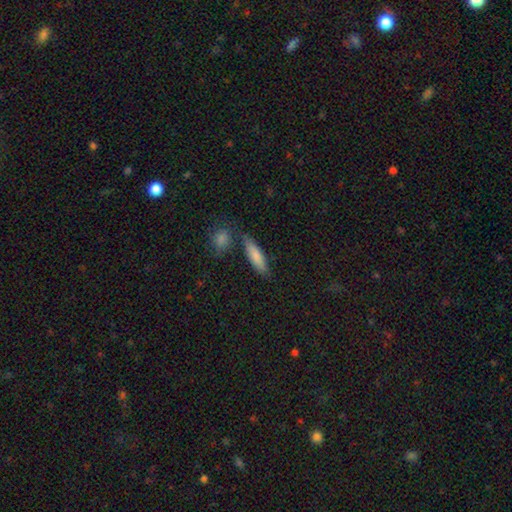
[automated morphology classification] smooth_or_featured: smooth (p=0.83) [alt: featured or disk p=0.11]
how_rounded: cigar-shaped (p=0.56) [alt: in between p=0.42]
merging: none (p=0.72) [alt: minor disturbance p=0.14]